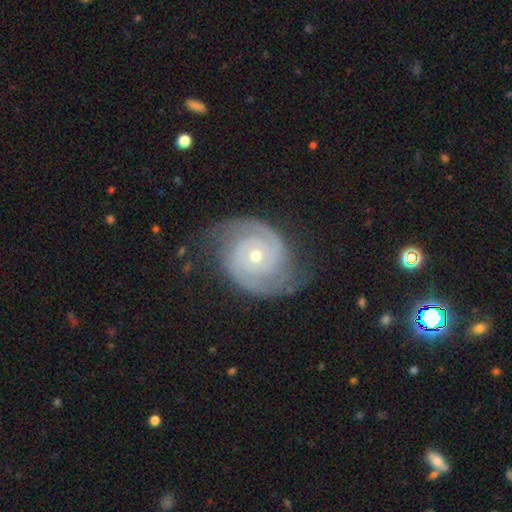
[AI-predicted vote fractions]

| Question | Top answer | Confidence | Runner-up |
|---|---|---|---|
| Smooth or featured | featured or disk | 89% | smooth (6%) |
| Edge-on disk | no | 98% | yes (2%) |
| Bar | no | 78% | weak (18%) |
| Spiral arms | yes | 97% | no (3%) |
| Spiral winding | tight | 70% | medium (24%) |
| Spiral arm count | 2 | 80% | can't tell (8%) |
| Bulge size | small | 49% | moderate (48%) |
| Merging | none | 73% | minor disturbance (18%) |